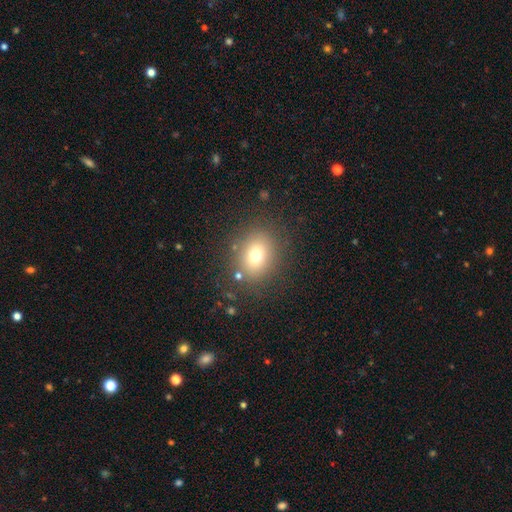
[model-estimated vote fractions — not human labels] The model was most divided on "how rounded": round: 60%, in between: 39%, cigar-shaped: 1%. More confident: merging — none (82%); smooth or featured — smooth (72%).